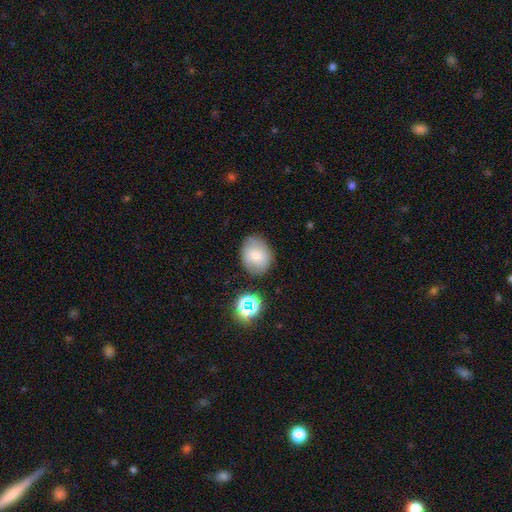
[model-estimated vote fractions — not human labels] Morphology: type=smooth (71%); roundness=in between (53%); merging=none (78%).